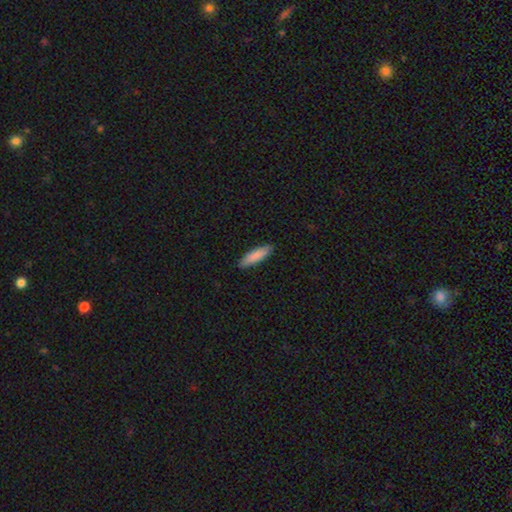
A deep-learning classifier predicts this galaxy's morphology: smooth 86%, featured or disk 9%, star or artifact 6%. Down the decision tree: how rounded — cigar-shaped (67%); merging — none (88%).